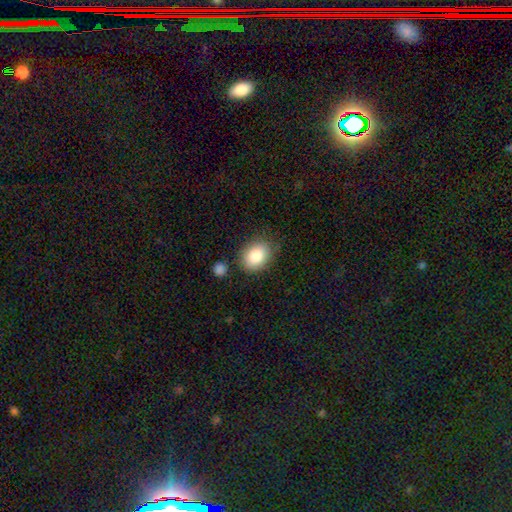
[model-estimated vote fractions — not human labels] Smooth or featured? Predicted: smooth (p=0.85). How rounded? Predicted: in between (p=0.57). Merging? Predicted: none (p=0.80).